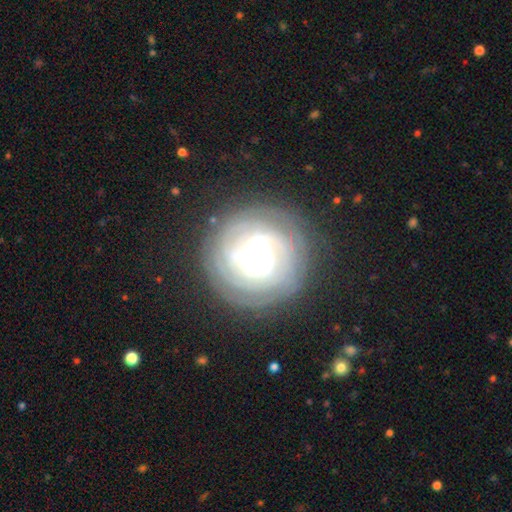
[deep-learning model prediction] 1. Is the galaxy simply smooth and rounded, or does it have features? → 80% featured or disk, 12% smooth, 7% star or artifact.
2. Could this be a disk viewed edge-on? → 97% no, 3% yes.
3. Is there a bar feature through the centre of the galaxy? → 64% no, 25% weak, 11% strong.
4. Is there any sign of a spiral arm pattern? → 95% yes, 5% no.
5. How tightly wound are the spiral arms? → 80% tight, 16% medium, 4% loose.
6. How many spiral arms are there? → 34% can't tell, 18% 3, 17% 2, 14% 4, 10% more than 4, 8% 1.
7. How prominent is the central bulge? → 45% moderate, 33% large, 14% small, 6% dominant, 2% none.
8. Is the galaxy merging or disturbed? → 82% none, 12% minor disturbance, 5% major disturbance, 1% merger.